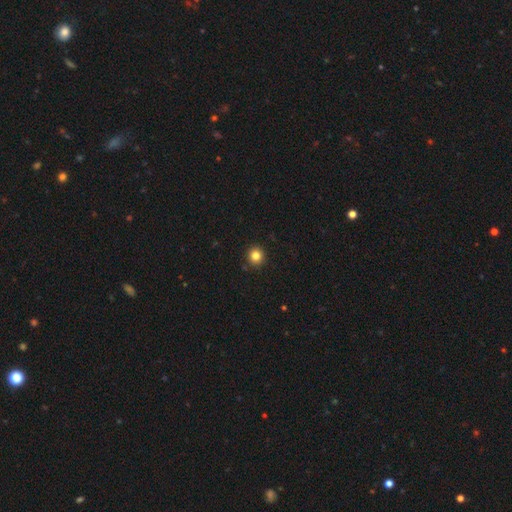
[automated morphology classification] The model was most divided on "smooth or featured": smooth: 83%, star or artifact: 12%, featured or disk: 5%. More confident: how rounded — round (93%); merging — none (92%).